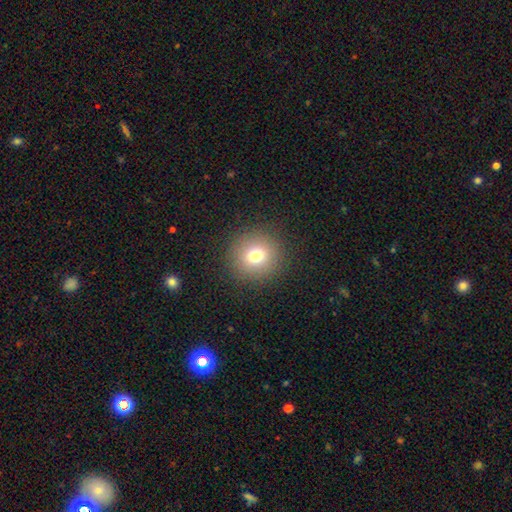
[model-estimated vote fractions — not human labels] This appears to be a smooth galaxy with no disk features (74%) that is round (92%). Merging: none (90%).